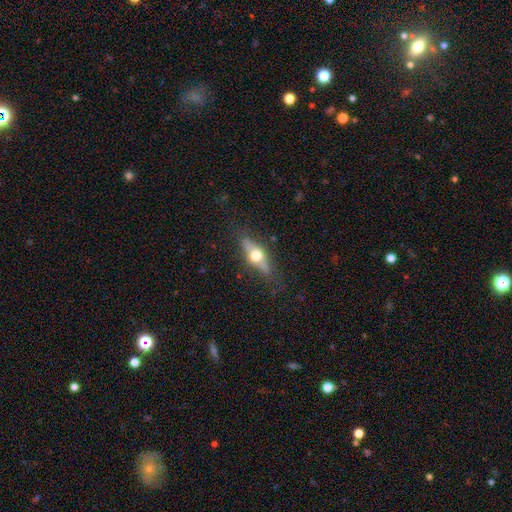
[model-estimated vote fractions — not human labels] Smooth or featured: featured or disk — 55% (smooth — 38%)
Edge-on disk: yes — 87% (no — 13%)
Merging: none — 80% (minor disturbance — 14%)